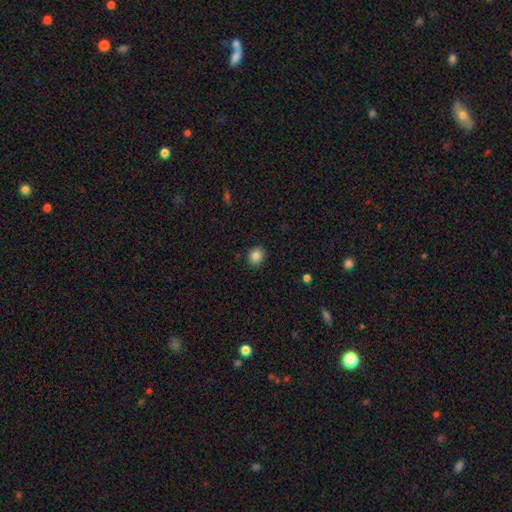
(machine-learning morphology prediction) This is clearly a smooth galaxy (84%). How rounded: likely round (75%). Merging: clearly none (89%).